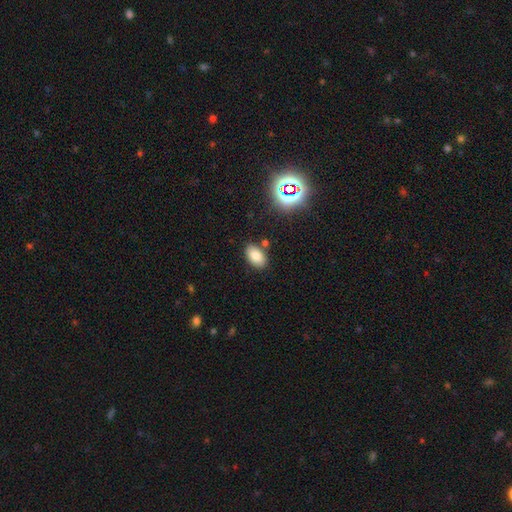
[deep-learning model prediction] Smooth or featured? Predicted: smooth (p=0.81). How rounded? Predicted: in between (p=0.92). Merging? Predicted: none (p=0.82).